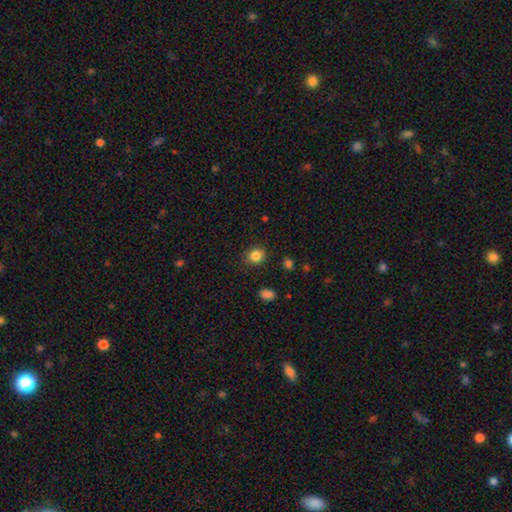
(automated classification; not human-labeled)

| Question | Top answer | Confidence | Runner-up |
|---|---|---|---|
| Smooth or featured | smooth | 85% | star or artifact (11%) |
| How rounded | round | 71% | in between (28%) |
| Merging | none | 83% | minor disturbance (12%) |